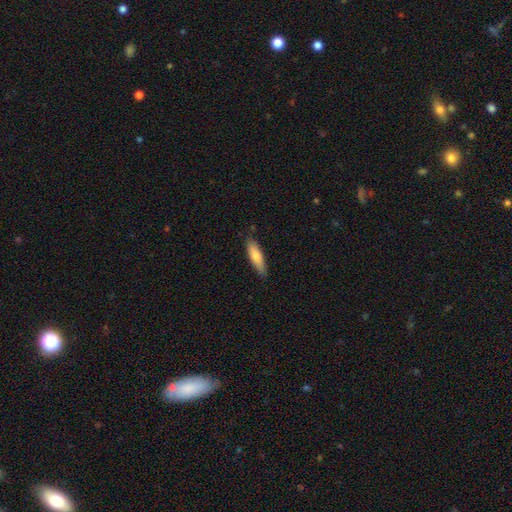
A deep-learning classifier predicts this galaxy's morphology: This is likely a smooth galaxy (72%). How rounded: likely cigar-shaped (61%). Merging: clearly none (83%).